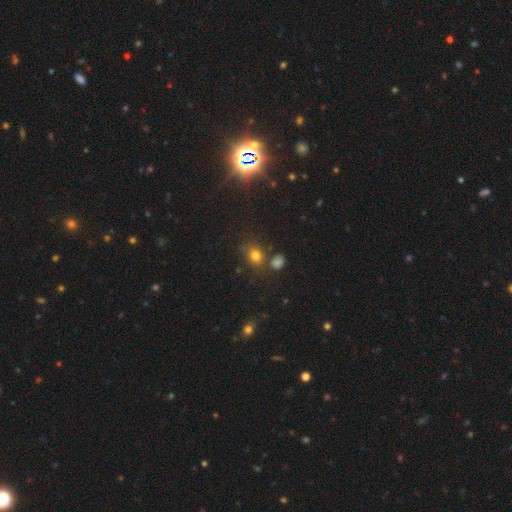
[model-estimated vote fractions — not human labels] Smooth or featured? Predicted: smooth (p=0.76). How rounded? Predicted: round (p=0.63). Merging? Predicted: none (p=0.68).